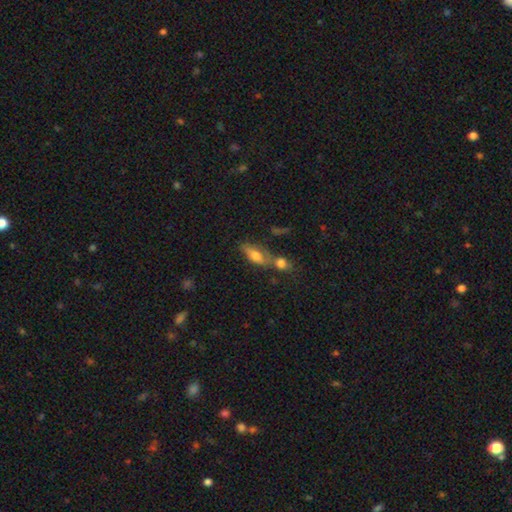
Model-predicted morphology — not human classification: smooth-or-featured: smooth: 65% | featured or disk: 25% | star or artifact: 10%
  how-rounded: in between: 74% | cigar-shaped: 20% | round: 6%
  merging: merger: 42% | none: 37% | minor disturbance: 13% | major disturbance: 8%